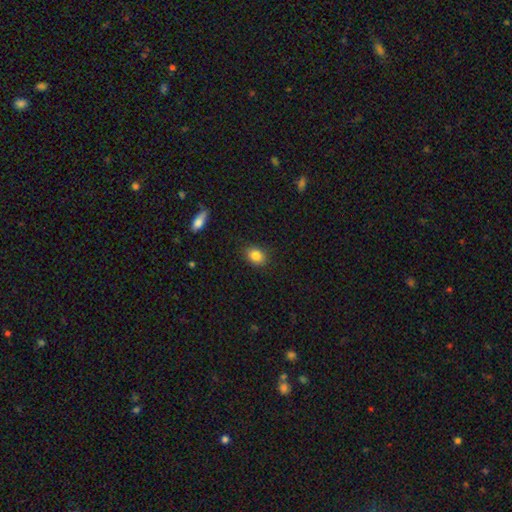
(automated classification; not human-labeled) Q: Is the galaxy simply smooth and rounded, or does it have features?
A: smooth — 84%.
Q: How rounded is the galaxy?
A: in between — 65%.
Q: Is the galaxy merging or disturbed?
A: none — 86%.